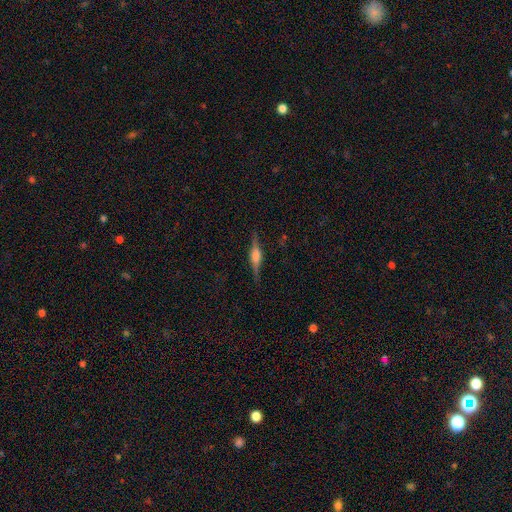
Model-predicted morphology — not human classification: A featured or disk galaxy (75%) viewed edge-on (98%) with a rounded central bulge (78%).

Vote fractions:
- Smooth or featured? featured or disk: 75% / smooth: 17% / star or artifact: 7%
- Edge-on disk? yes: 98% / no: 2%
- Edge-on bulge? rounded: 78% / boxy: 19% / none: 3%
- Merging? none: 87% / minor disturbance: 10% / major disturbance: 2% / merger: 1%